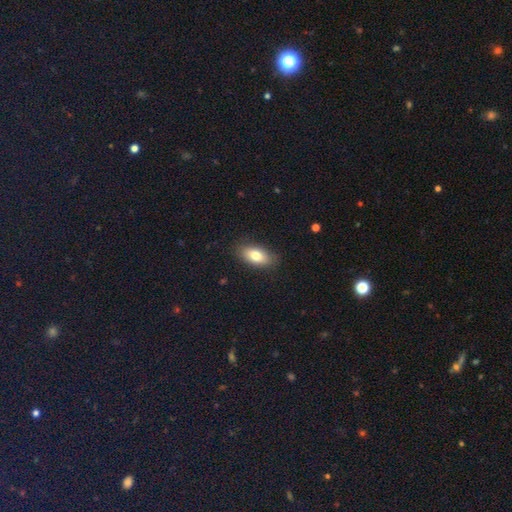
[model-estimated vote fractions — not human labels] Overall: smooth (80%). How rounded: in between (90%). Merging: none (86%).